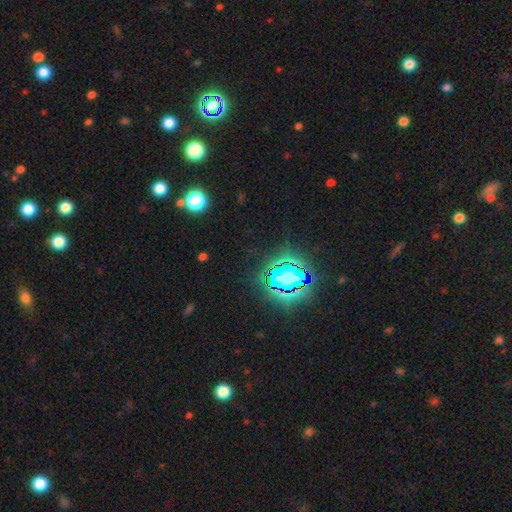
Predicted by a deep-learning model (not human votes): smooth_or_featured: star or artifact (p=0.79) [alt: smooth p=0.14]